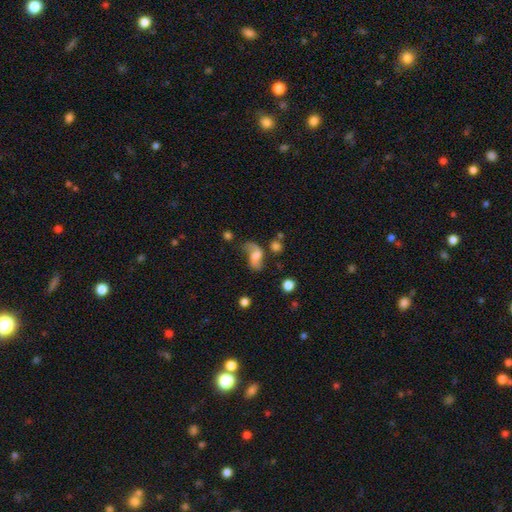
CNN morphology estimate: This appears to be a featured or disk galaxy (64%) with no bar (50%), 2 (87%) loose (82%) spiral arms (89%) and a moderate central bulge (43%). Merging: none (48%).